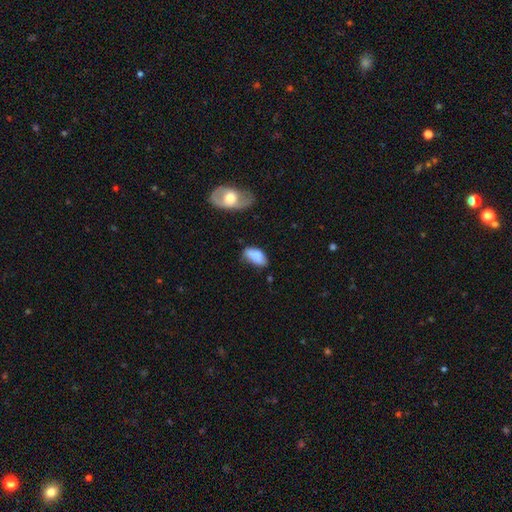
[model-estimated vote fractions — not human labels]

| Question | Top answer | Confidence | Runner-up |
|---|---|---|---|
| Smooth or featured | smooth | 79% | featured or disk (13%) |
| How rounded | in between | 91% | cigar-shaped (5%) |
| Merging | none | 47% | minor disturbance (36%) |